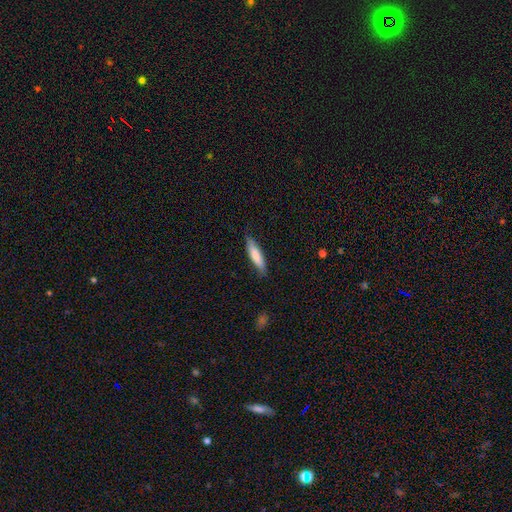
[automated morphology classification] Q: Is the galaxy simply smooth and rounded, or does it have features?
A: smooth — 77%.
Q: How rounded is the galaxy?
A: cigar-shaped — 74%.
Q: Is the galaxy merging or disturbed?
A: none — 81%.